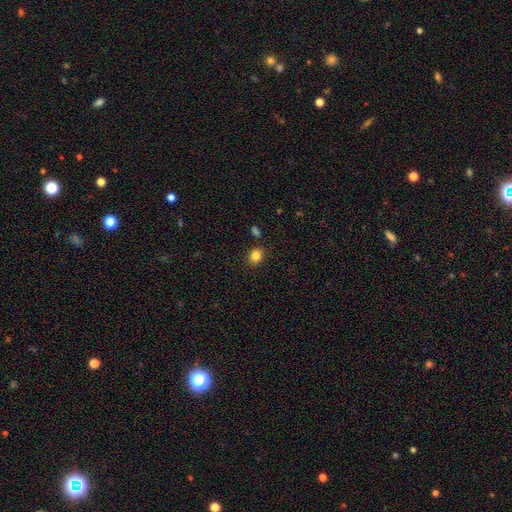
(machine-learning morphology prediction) type=smooth (84%); roundness=round (66%); merging=none (87%).